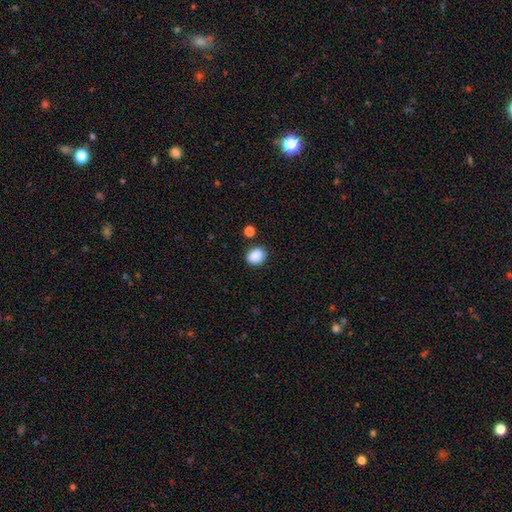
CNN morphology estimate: Smooth or featured? smooth (88%)
How rounded? round (54%)
Merging? none (82%)